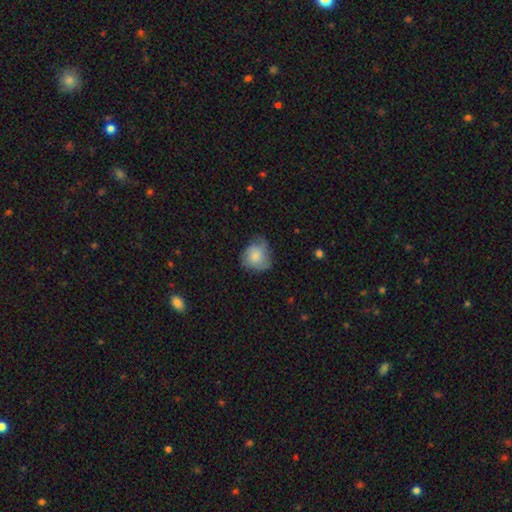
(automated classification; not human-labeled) Overall: smooth (71%). How rounded: round (70%). Merging: none (51%; minor disturbance 35%).